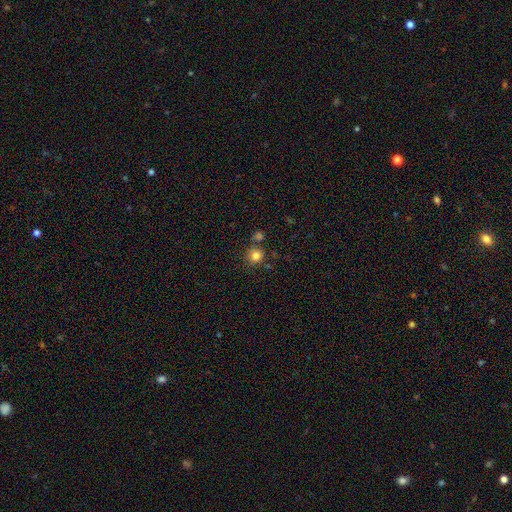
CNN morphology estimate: Smooth or featured: smooth — 81% (star or artifact — 13%)
How rounded: round — 90% (in between — 9%)
Merging: none — 74% (merger — 12%)